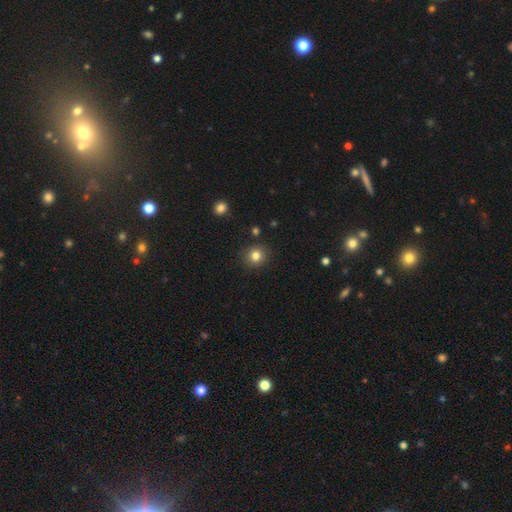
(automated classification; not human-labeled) Q: Smooth or featured?
A: smooth (82%); runner-up: star or artifact (12%)
Q: How rounded?
A: round (87%); runner-up: in between (12%)
Q: Merging?
A: none (89%); runner-up: minor disturbance (7%)